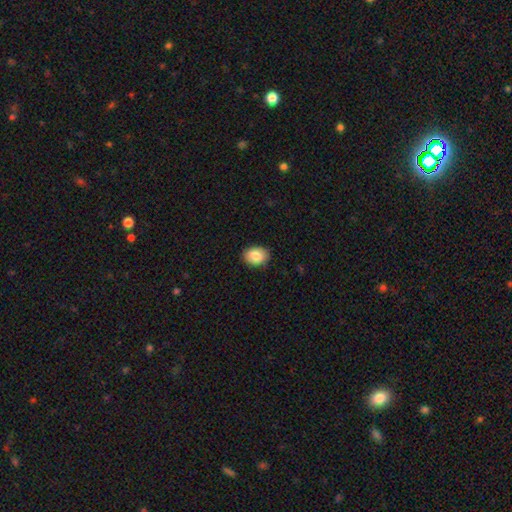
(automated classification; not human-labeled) smooth 84%, featured or disk 8%, star or artifact 8%. Down the decision tree: how rounded — in between (66%); merging — none (88%).